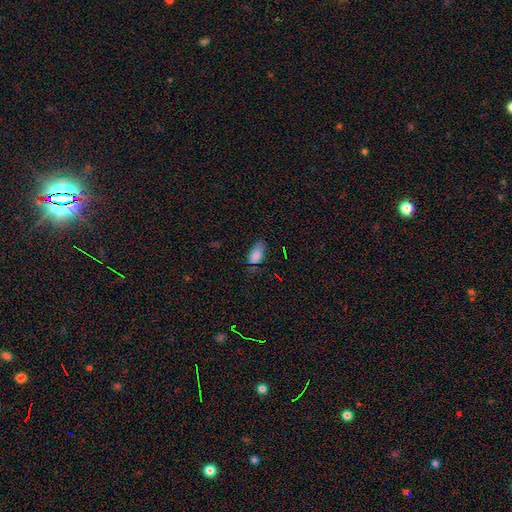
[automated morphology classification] Smooth or featured? Predicted: smooth (p=0.81). How rounded? Predicted: in between (p=0.91). Merging? Predicted: none (p=0.64).